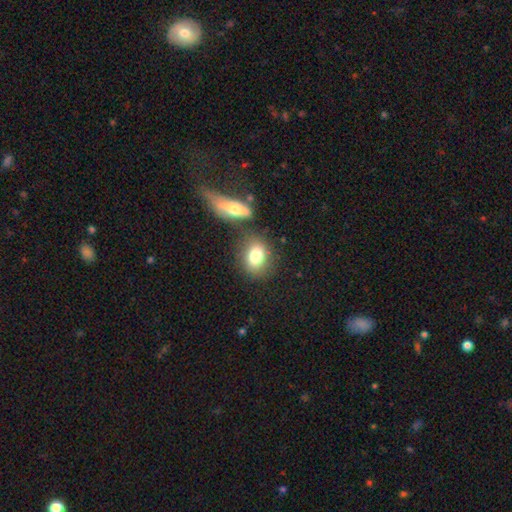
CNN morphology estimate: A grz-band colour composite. It shows a smooth galaxy with no disk features (79%) that is in between round and cigar-shaped (67%). Merging: none (65%).